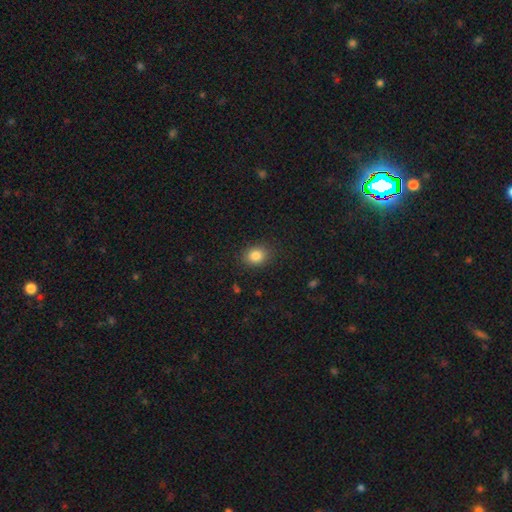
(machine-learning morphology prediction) This is clearly a smooth galaxy (85%). How rounded: possibly round (59%). Merging: clearly none (87%).